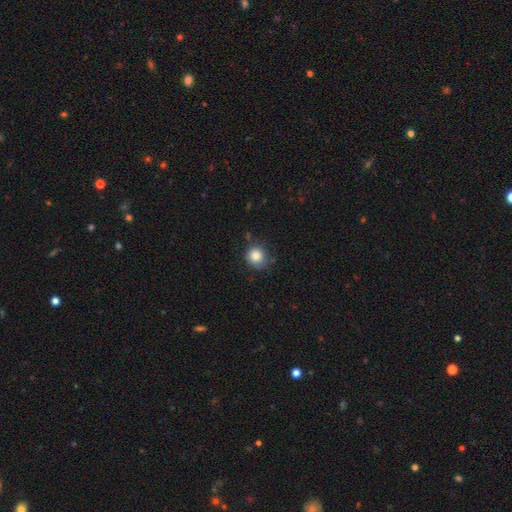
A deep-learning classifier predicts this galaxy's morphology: smooth 85%, star or artifact 10%, featured or disk 6%. Down the decision tree: how rounded — round (89%); merging — none (77%).